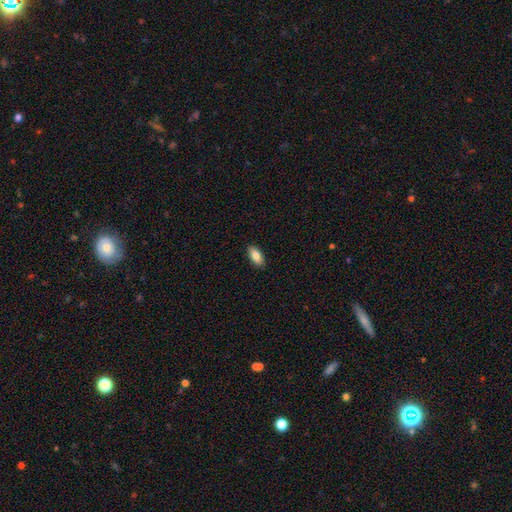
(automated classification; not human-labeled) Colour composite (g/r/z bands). It shows a smooth galaxy with no disk features (84%) that is in between round and cigar-shaped (91%). Merging: none (90%).